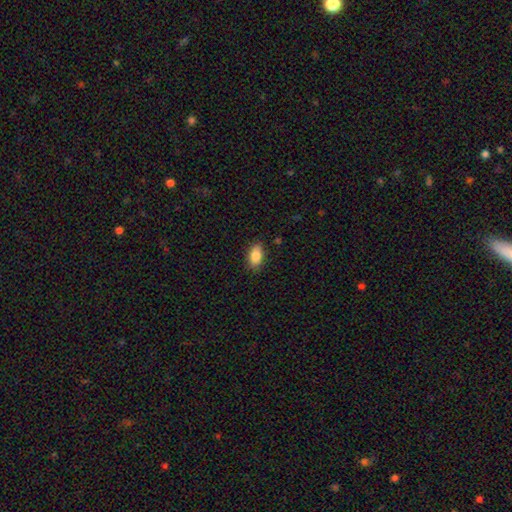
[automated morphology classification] A smooth galaxy with no disk features (85%) that is in between round and cigar-shaped (90%).

Vote fractions:
- Smooth or featured? smooth: 85% / star or artifact: 7% / featured or disk: 7%
- How rounded? in between: 90% / round: 6% / cigar-shaped: 4%
- Merging? none: 85% / minor disturbance: 11% / major disturbance: 2% / merger: 1%